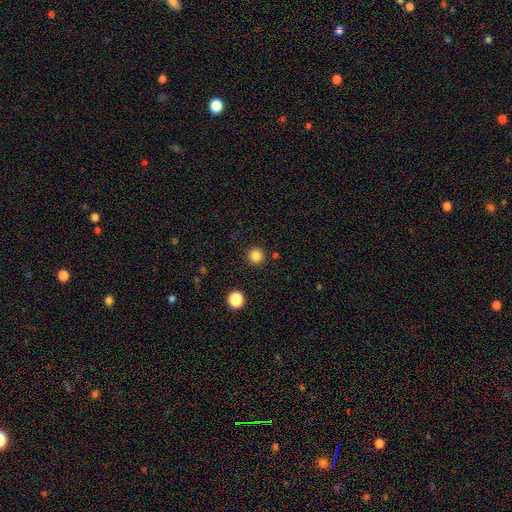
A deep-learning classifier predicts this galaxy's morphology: smooth 84%, star or artifact 12%, featured or disk 4%. Down the decision tree: how rounded — round (96%); merging — none (91%).